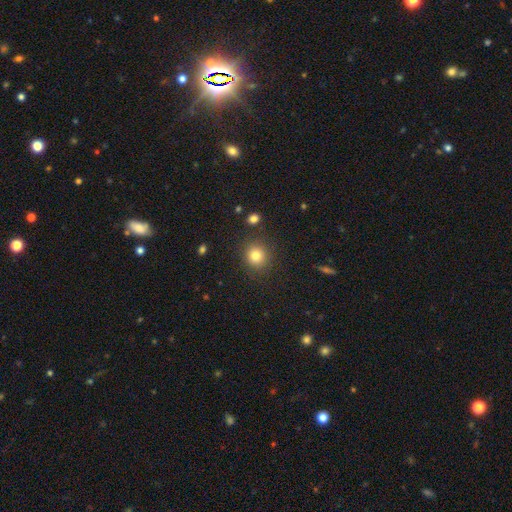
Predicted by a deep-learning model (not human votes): smooth_or_featured: smooth (p=0.82) [alt: star or artifact p=0.12]
how_rounded: round (p=0.89) [alt: in between p=0.11]
merging: none (p=0.87) [alt: minor disturbance p=0.08]